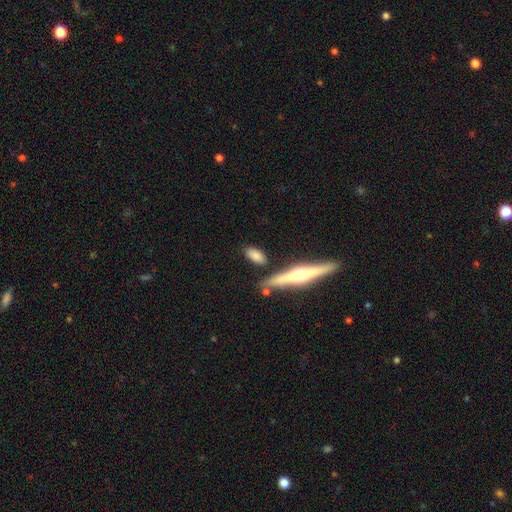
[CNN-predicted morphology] Smooth or featured: smooth — 76% (featured or disk — 17%)
How rounded: in between — 80% (cigar-shaped — 16%)
Merging: none — 76% (minor disturbance — 13%)